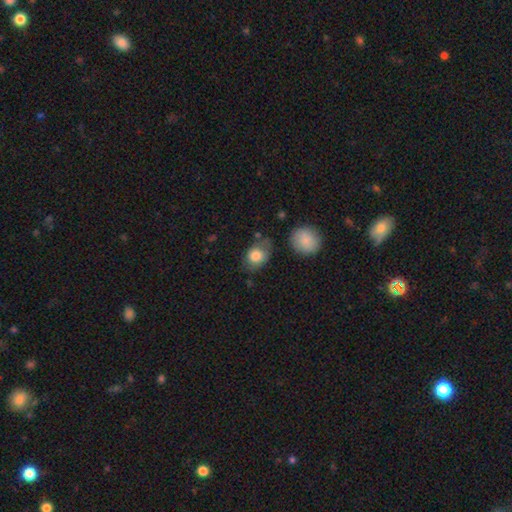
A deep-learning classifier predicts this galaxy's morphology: This is clearly a smooth galaxy (82%). How rounded: possibly in between (56%). Merging: possibly none (57%).